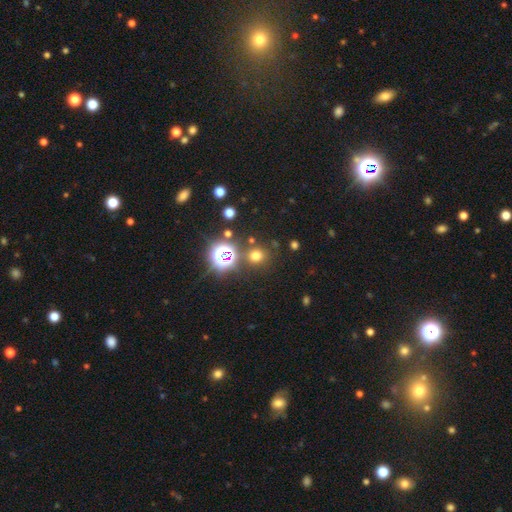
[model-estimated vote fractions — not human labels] Morphology: type=smooth (62%); roundness=round (89%); merging=none (83%).